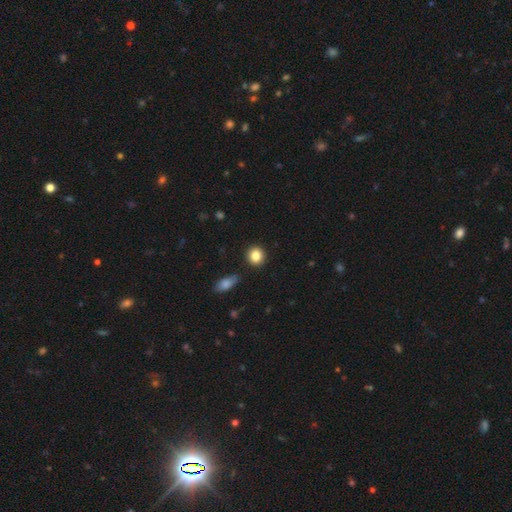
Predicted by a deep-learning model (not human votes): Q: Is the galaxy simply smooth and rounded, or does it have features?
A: smooth — 86%.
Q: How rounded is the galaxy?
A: round — 82%.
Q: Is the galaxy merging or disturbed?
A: none — 88%.